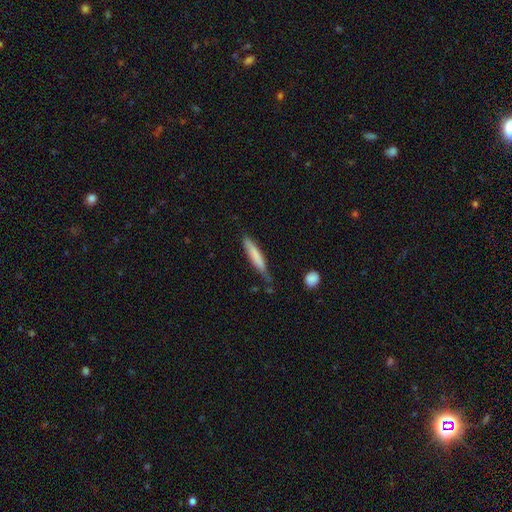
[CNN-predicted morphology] Smooth or featured? Predicted: smooth (p=0.73). How rounded? Predicted: cigar-shaped (p=0.91). Merging? Predicted: none (p=0.57).